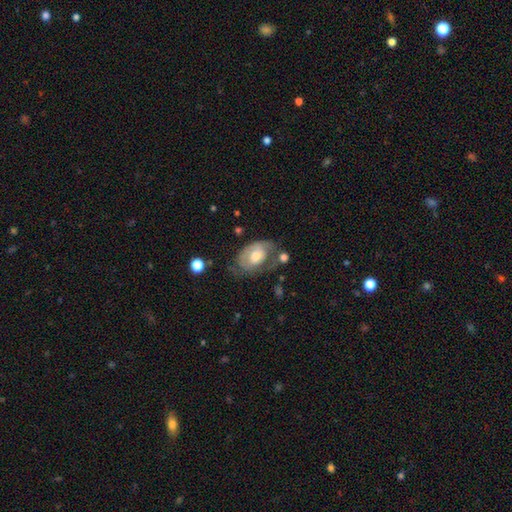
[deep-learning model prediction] This is possibly a featured or disk galaxy (56%). It is clearly not viewed edge-on (94%). Bar: likely no (74%). Spiral arm pattern: possibly yes (59%). Central bulge: possibly moderate (57%). Merging: marginally none (39%).